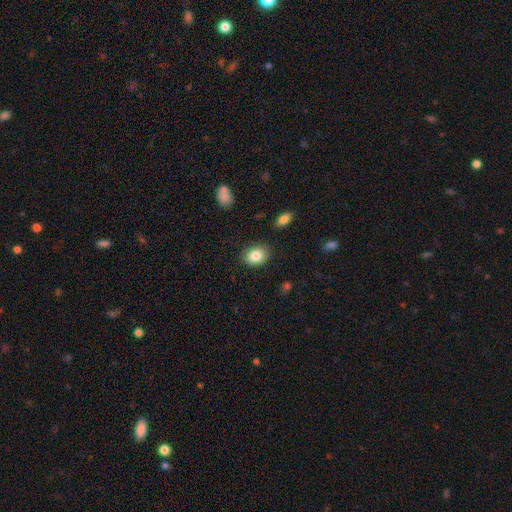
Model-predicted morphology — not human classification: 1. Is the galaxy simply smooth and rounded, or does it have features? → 84% smooth, 9% star or artifact, 8% featured or disk.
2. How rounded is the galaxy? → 62% in between, 37% round, 1% cigar-shaped.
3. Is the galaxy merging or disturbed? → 86% none, 10% minor disturbance, 3% major disturbance, 1% merger.